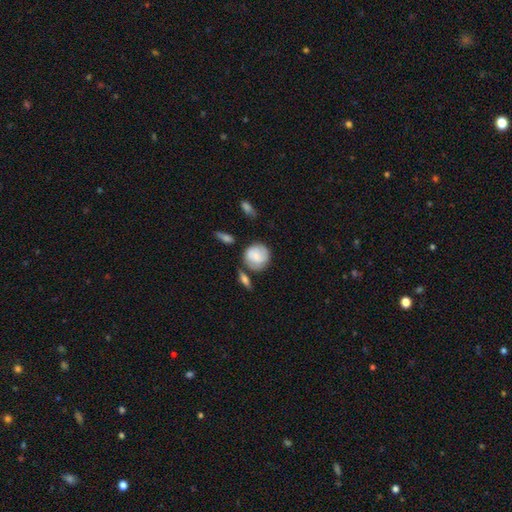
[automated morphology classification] Overall: smooth (62%; featured or disk 31%). How rounded: round (84%). Merging: none (62%).